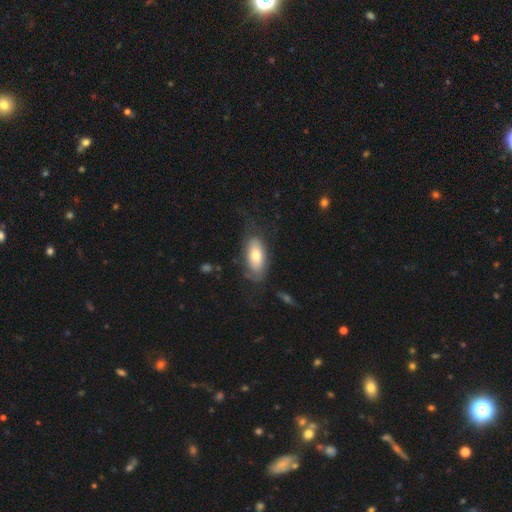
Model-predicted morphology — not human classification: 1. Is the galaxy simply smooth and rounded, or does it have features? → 65% smooth, 29% featured or disk, 6% star or artifact.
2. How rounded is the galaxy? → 90% in between, 7% cigar-shaped, 3% round.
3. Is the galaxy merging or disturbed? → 63% none, 21% minor disturbance, 13% major disturbance, 2% merger.